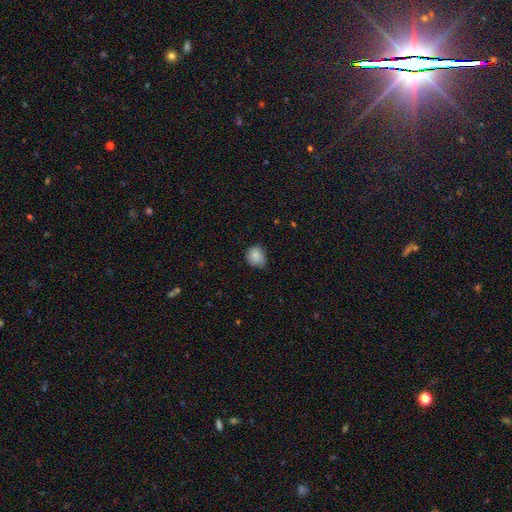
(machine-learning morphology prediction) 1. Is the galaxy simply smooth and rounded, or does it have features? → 84% smooth, 9% star or artifact, 6% featured or disk.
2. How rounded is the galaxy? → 73% round, 26% in between, 1% cigar-shaped.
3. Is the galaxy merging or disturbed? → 60% none, 33% minor disturbance, 5% major disturbance, 1% merger.